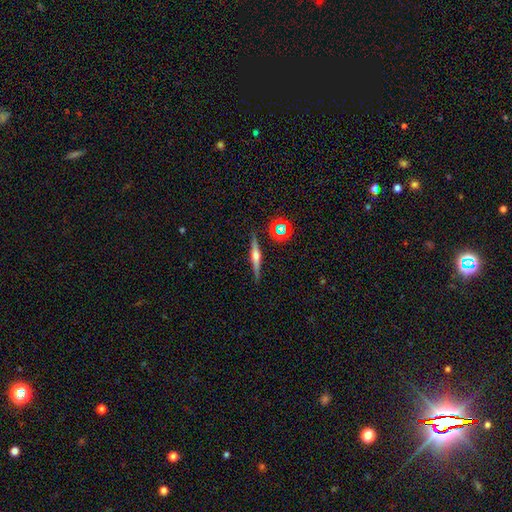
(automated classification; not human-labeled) Overall: featured or disk (67%). Edge-on disk: yes (97%). Edge-on bulge: rounded (87%). Merging: none (89%).